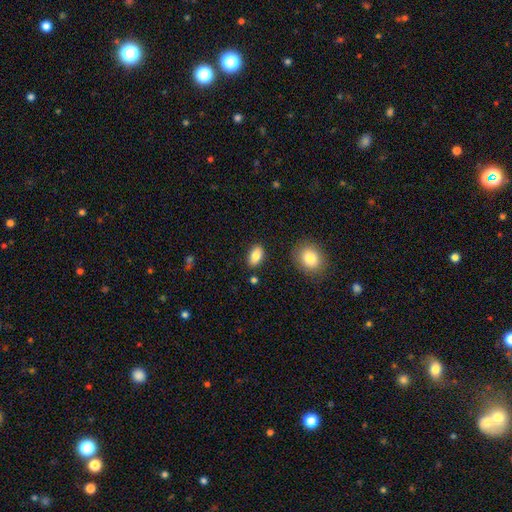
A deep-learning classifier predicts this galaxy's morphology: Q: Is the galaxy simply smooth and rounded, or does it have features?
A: smooth — 83%.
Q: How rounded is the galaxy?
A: in between — 90%.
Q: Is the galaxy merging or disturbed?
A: none — 86%.